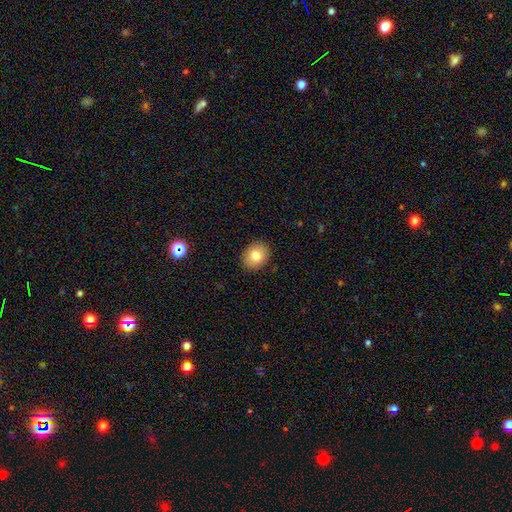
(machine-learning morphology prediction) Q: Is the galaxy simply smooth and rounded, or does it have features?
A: smooth — 81%.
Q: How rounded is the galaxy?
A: in between — 52%.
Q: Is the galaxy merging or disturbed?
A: none — 89%.